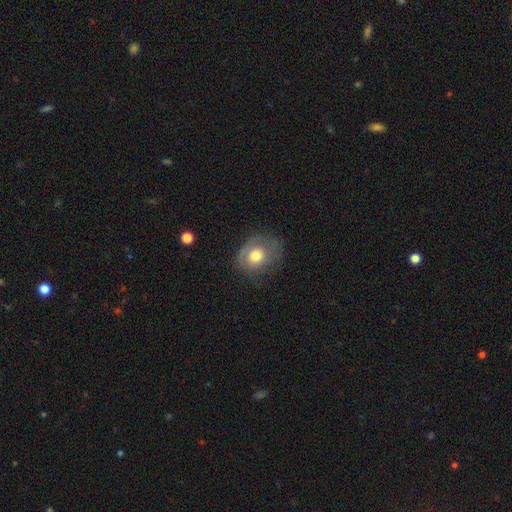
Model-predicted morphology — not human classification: smooth-or-featured: smooth: 57% | featured or disk: 35% | star or artifact: 8%
  how-rounded: round: 57% | in between: 42% | cigar-shaped: 1%
  merging: none: 51% | minor disturbance: 27% | major disturbance: 21% | merger: 2%